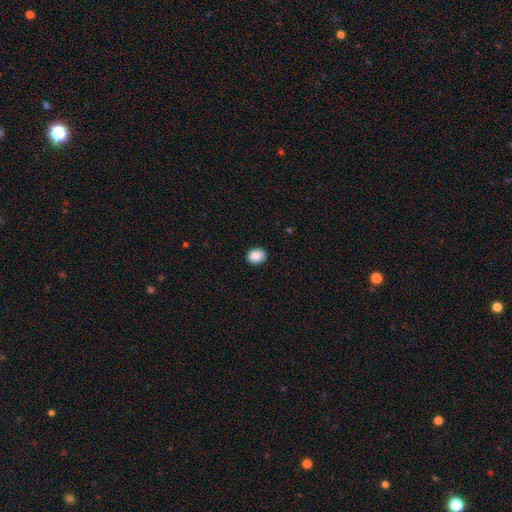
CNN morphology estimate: type=smooth (89%); roundness=round (56%); merging=none (90%).